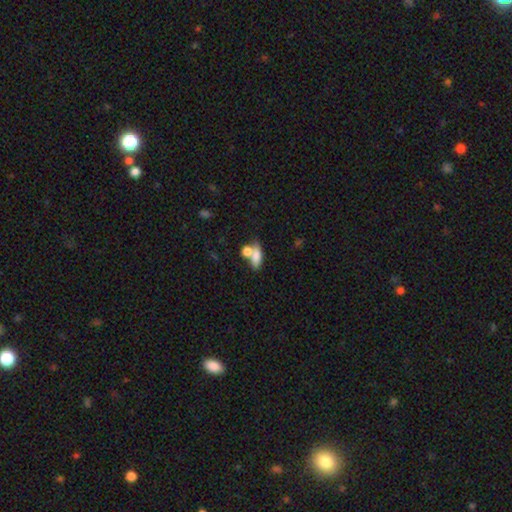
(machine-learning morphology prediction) smooth 76%, featured or disk 15%, star or artifact 9%. Down the decision tree: how rounded — in between (72%); merging — merger (48%).